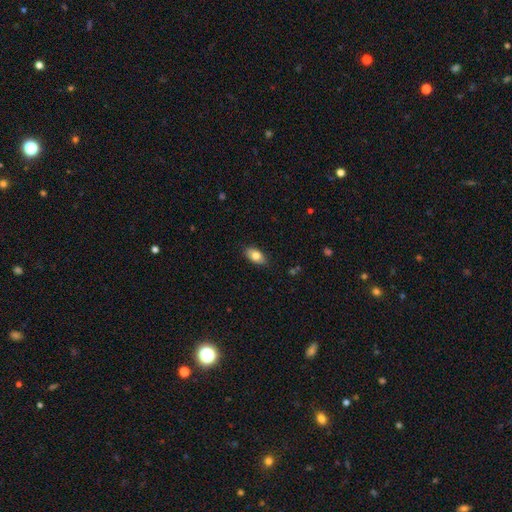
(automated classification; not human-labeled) Morphology: type=smooth (79%); roundness=in between (91%); merging=none (86%).